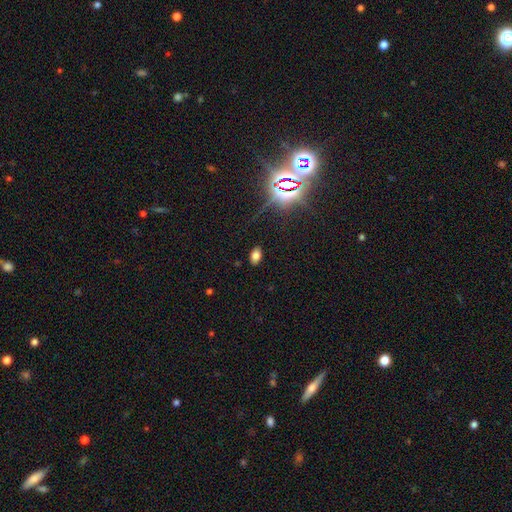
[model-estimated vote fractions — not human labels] Overall: smooth (73%). How rounded: in between (90%). Merging: none (87%).